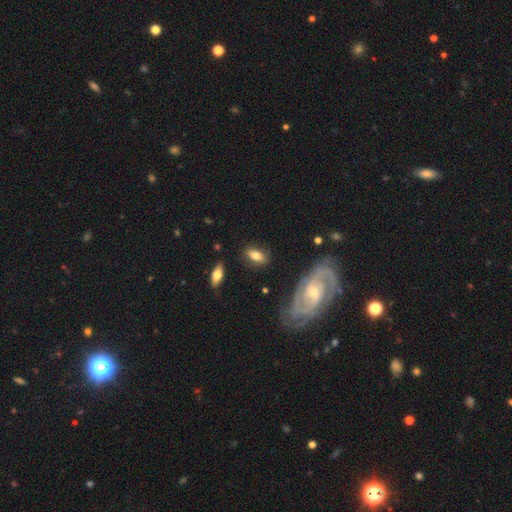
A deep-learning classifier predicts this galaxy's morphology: type=smooth (64%); roundness=in between (82%); merging=none (79%).